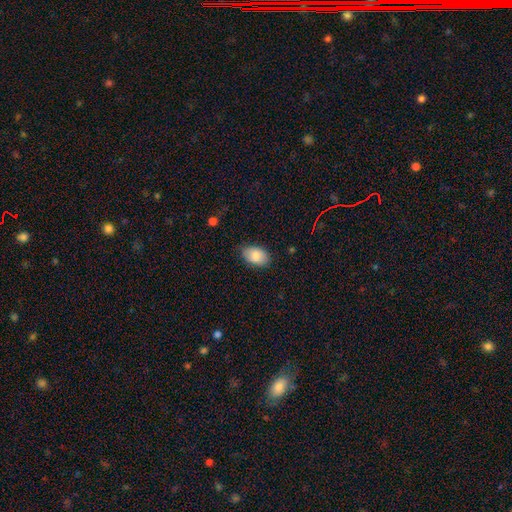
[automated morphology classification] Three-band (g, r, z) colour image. It shows a smooth galaxy with no disk features (86%) that is in between round and cigar-shaped (90%). Merging: none (79%).